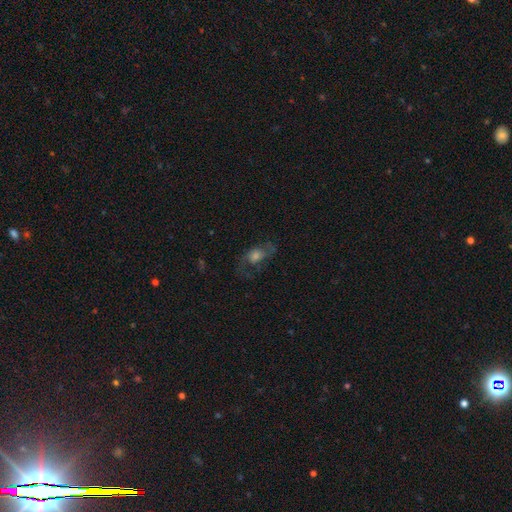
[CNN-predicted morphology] smooth-or-featured: featured or disk: 59% | smooth: 26% | star or artifact: 15%
  disk-edge-on: no: 91% | yes: 9%
    bar: no: 70% | weak: 25% | strong: 5%
    has-spiral-arms: yes: 81% | no: 19%
    bulge-size: moderate: 42% | large: 26% | small: 21% | none: 6% | dominant: 4%
  merging: none: 61% | major disturbance: 20% | minor disturbance: 18% | merger: 2%